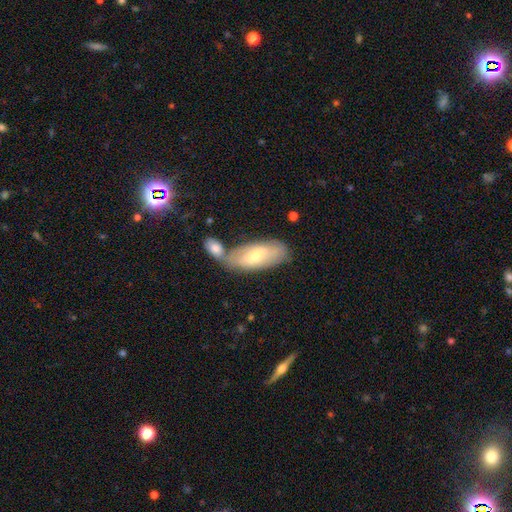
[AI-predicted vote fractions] smooth-or-featured: smooth: 53% | featured or disk: 41% | star or artifact: 6%
  how-rounded: in between: 81% | cigar-shaped: 16% | round: 2%
  merging: none: 44% | merger: 36% | minor disturbance: 15% | major disturbance: 5%